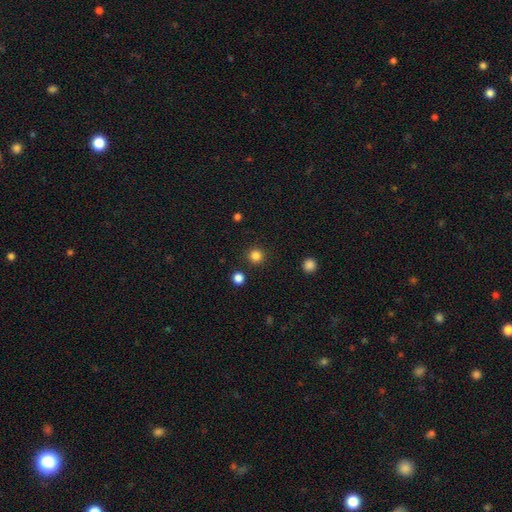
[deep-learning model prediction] Smooth or featured: smooth — 83% (star or artifact — 14%)
How rounded: round — 95% (in between — 4%)
Merging: none — 91% (minor disturbance — 5%)